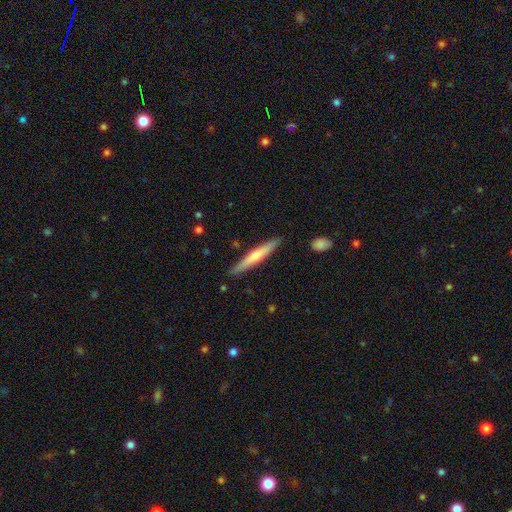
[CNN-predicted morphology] Overall: smooth (54%; featured or disk 41%). How rounded: cigar-shaped (94%). Merging: none (87%).